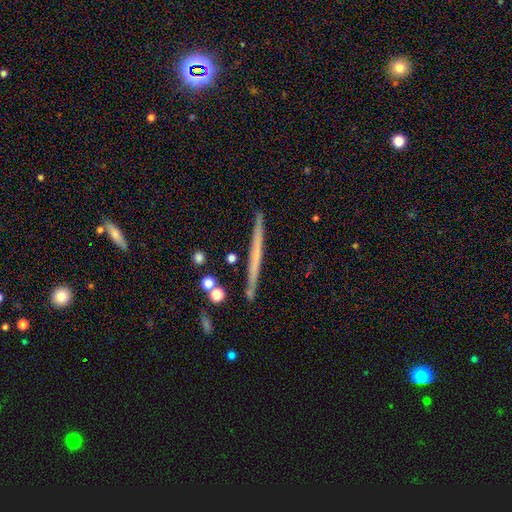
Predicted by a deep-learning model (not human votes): Smooth or featured? featured or disk (55%)
Edge-on disk? yes (98%)
Edge-on bulge? none (88%)
Merging? none (91%)